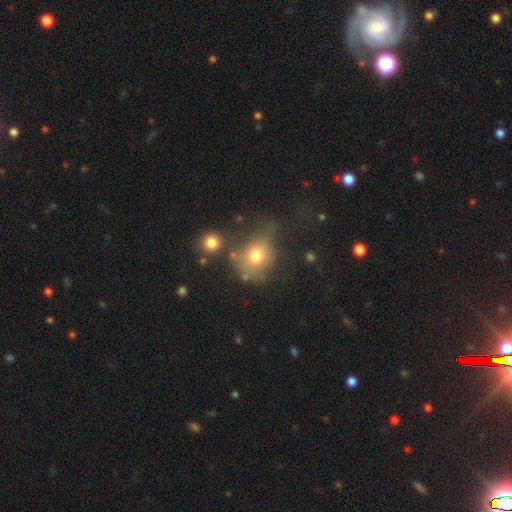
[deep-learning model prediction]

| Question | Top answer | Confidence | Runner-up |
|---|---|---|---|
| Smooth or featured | smooth | 70% | featured or disk (16%) |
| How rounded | round | 63% | in between (35%) |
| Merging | none | 37% | minor disturbance (26%) |